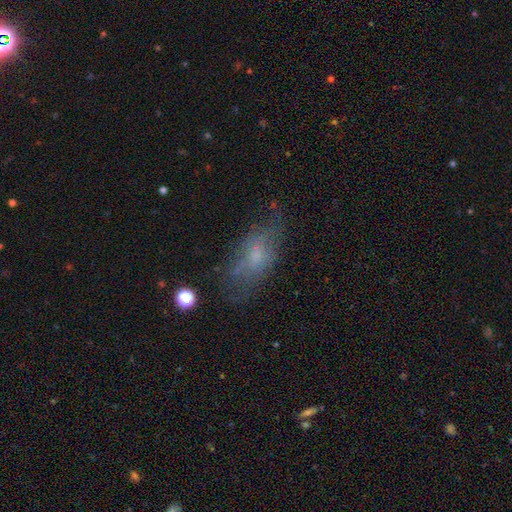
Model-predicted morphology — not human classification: smooth-or-featured: smooth: 53% | featured or disk: 34% | star or artifact: 13%
  how-rounded: in between: 81% | cigar-shaped: 13% | round: 5%
  merging: none: 58% | minor disturbance: 24% | major disturbance: 15% | merger: 3%